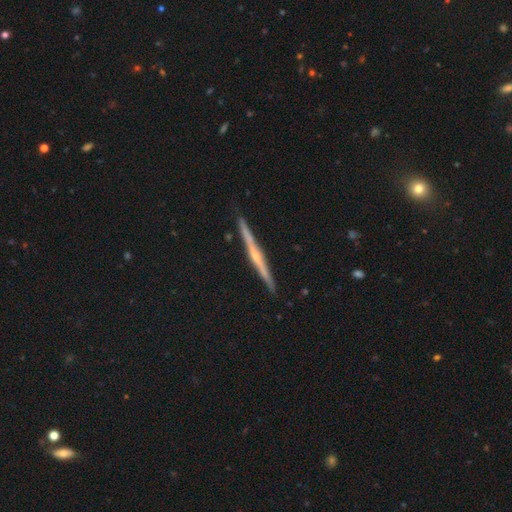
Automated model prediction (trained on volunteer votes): Q: Smooth or featured?
A: featured or disk (78%); runner-up: smooth (17%)
Q: Edge-on disk?
A: yes (98%); runner-up: no (2%)
Q: Edge-on bulge?
A: rounded (68%); runner-up: none (26%)
Q: Merging?
A: none (91%); runner-up: minor disturbance (7%)